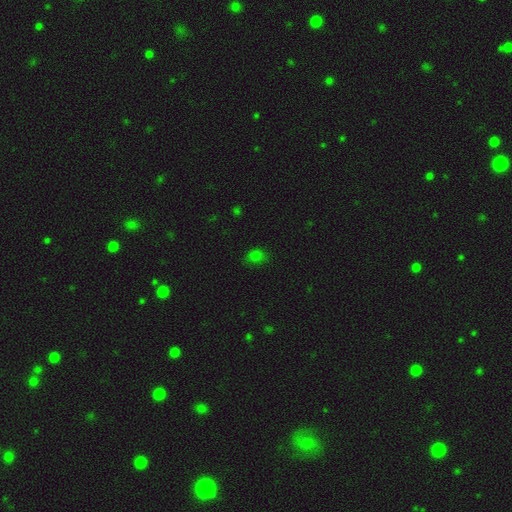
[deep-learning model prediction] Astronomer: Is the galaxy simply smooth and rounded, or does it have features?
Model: smooth — 75%.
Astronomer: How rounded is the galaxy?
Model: in between — 52% (runner-up: round, 47%).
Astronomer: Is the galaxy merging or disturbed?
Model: none — 75%.